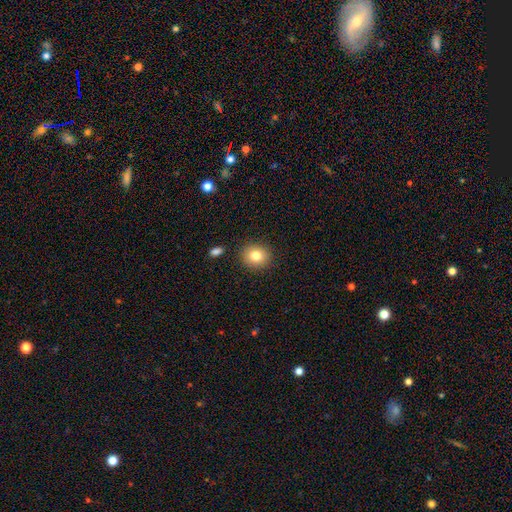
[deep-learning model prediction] Overall: smooth (81%). How rounded: round (80%). Merging: none (89%).